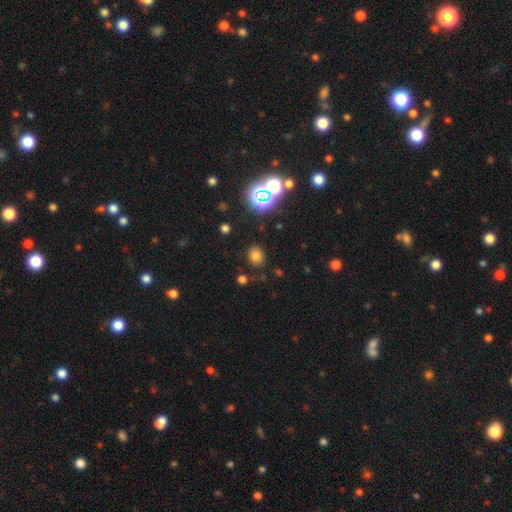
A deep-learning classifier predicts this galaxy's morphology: Smooth or featured?
  - smooth: 72% *
  - star or artifact: 22%
  - featured or disk: 7%
How rounded?
  - round: 63% *
  - in between: 36%
  - cigar-shaped: 1%
Merging?
  - none: 83% *
  - minor disturbance: 10%
  - major disturbance: 4%
  - merger: 3%